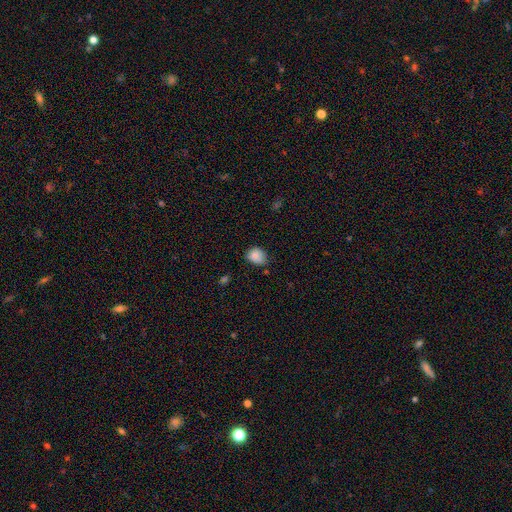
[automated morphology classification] Smooth or featured: smooth — 86% (star or artifact — 9%)
How rounded: in between — 50% (round — 49%)
Merging: none — 55% (minor disturbance — 36%)